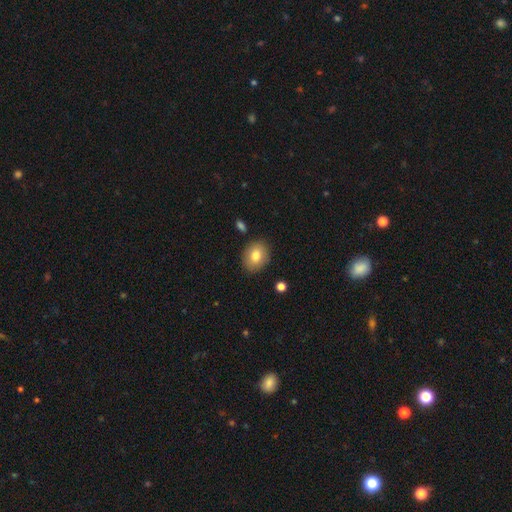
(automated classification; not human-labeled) smooth_or_featured: smooth (p=0.78) [alt: featured or disk p=0.13]
how_rounded: round (p=0.55) [alt: in between p=0.44]
merging: none (p=0.85) [alt: minor disturbance p=0.10]